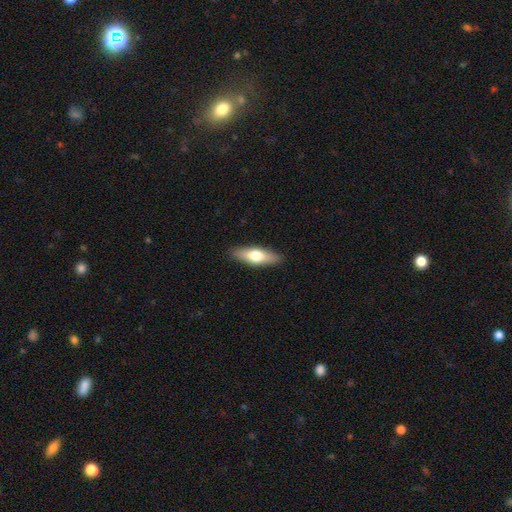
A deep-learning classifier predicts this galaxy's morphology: type=smooth (60%); roundness=cigar-shaped (50%); merging=none (89%).